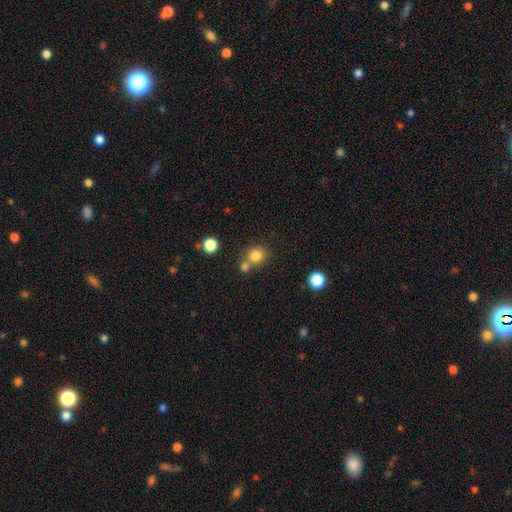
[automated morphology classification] Smooth or featured? Predicted: smooth (p=0.81). How rounded? Predicted: round (p=0.86). Merging? Predicted: none (p=0.59).